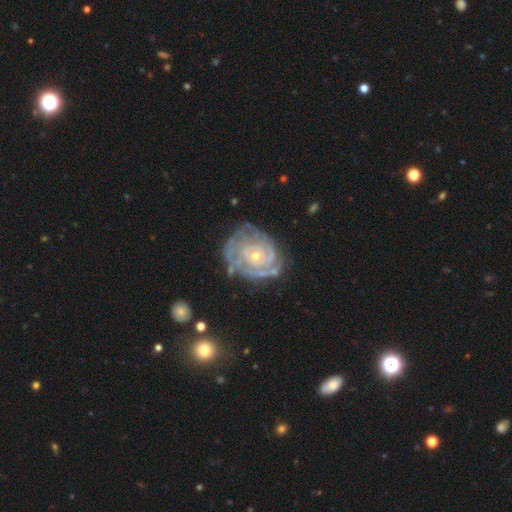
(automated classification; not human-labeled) The model was most divided on "spiral arm count": can't tell: 36%, 2: 24%, 3: 19%, 4: 9%, 1: 6%, more than 4: 5%. More confident: edge-on disk — no (97%); spiral arms — yes (93%); smooth or featured — featured or disk (86%); spiral winding — tight (79%); bar — no (76%); bulge size — small (70%); merging — none (65%).